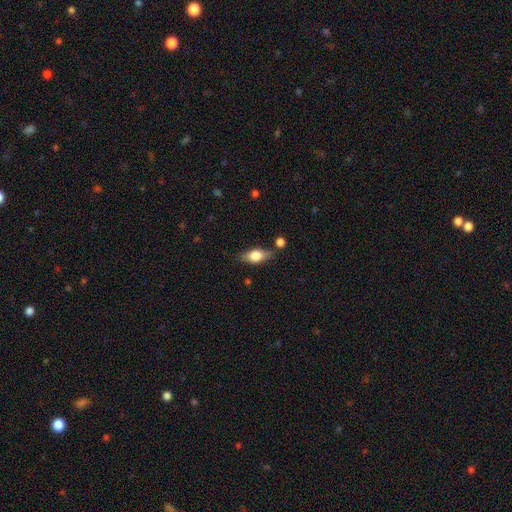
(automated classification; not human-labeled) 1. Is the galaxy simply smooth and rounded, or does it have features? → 61% smooth, 31% featured or disk, 7% star or artifact.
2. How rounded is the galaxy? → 75% in between, 18% cigar-shaped, 7% round.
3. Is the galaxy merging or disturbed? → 74% none, 16% minor disturbance, 6% merger, 4% major disturbance.